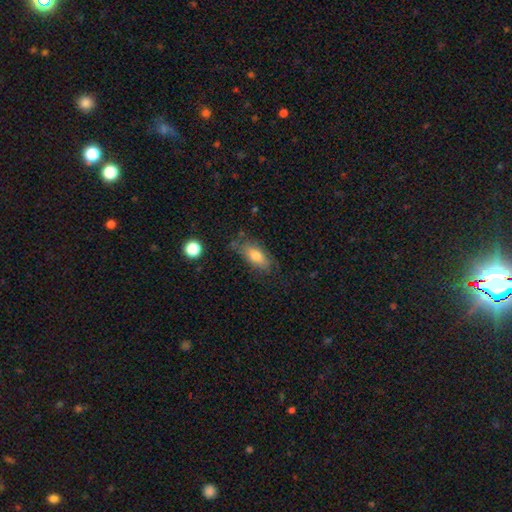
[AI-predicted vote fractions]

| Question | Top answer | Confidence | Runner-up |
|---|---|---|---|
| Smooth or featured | smooth | 67% | featured or disk (25%) |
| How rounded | in between | 81% | cigar-shaped (15%) |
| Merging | none | 60% | minor disturbance (26%) |